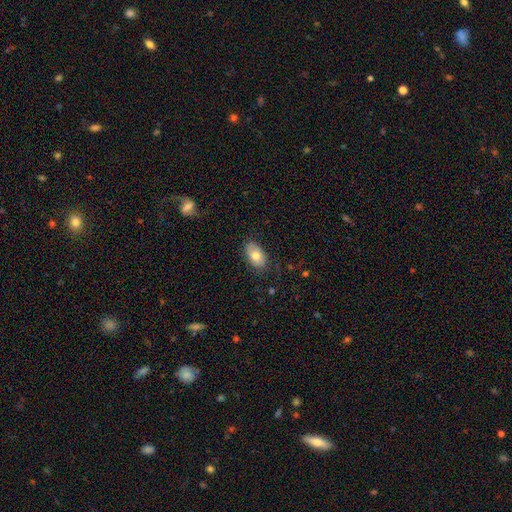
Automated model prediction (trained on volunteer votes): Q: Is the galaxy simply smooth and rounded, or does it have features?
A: smooth — 74%.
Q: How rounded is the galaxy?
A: in between — 92%.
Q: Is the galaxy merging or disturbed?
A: none — 78%.